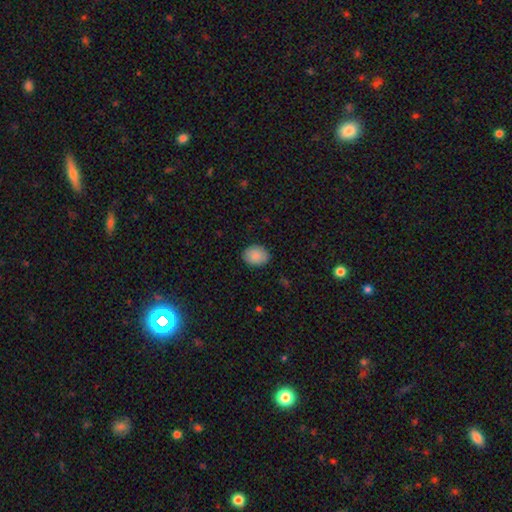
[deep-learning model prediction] A smooth galaxy with no disk features (88%) that is in between round and cigar-shaped (56%).

Vote fractions:
- Smooth or featured? smooth: 88% / star or artifact: 7% / featured or disk: 5%
- How rounded? in between: 56% / round: 43% / cigar-shaped: 1%
- Merging? none: 87% / minor disturbance: 10% / major disturbance: 2% / merger: 1%